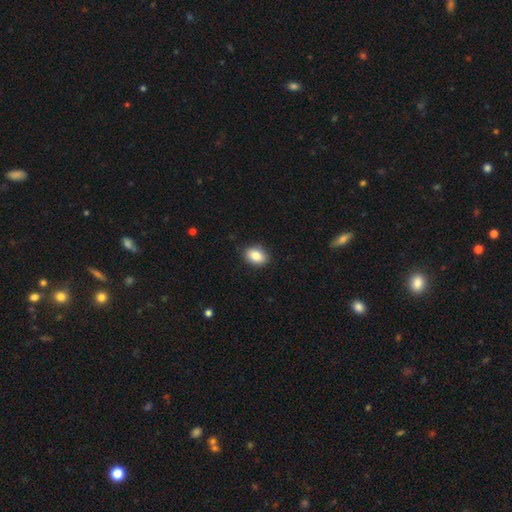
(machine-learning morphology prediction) Smooth or featured? Predicted: smooth (p=0.85). How rounded? Predicted: in between (p=0.73). Merging? Predicted: none (p=0.88).